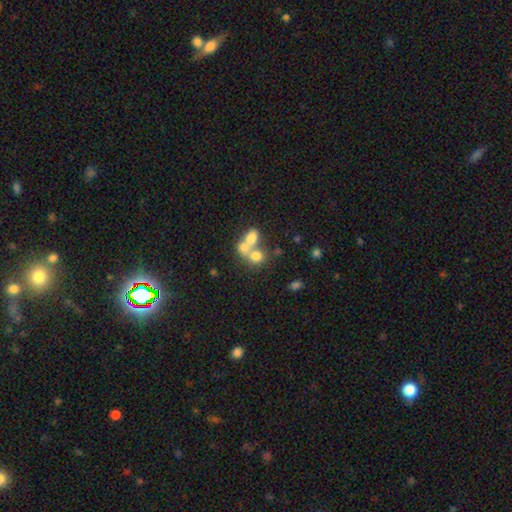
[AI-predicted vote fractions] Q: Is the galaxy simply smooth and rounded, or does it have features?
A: smooth — 65%.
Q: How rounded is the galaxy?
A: round — 62%.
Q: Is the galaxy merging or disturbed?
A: merger — 62%.